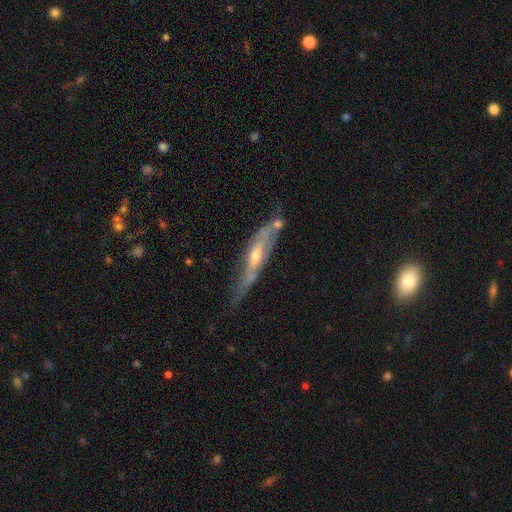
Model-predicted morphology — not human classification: Smooth or featured? Predicted: featured or disk (p=0.71). Edge-on disk? Predicted: yes (p=0.61). Merging? Predicted: none (p=0.46).